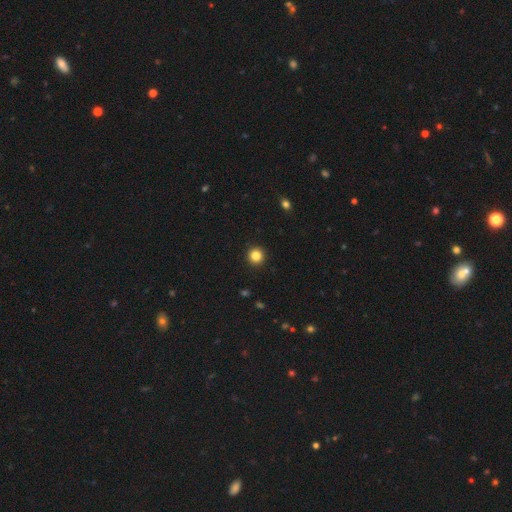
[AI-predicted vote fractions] Smooth or featured: smooth — 85% (star or artifact — 11%)
How rounded: round — 96% (in between — 3%)
Merging: none — 94% (minor disturbance — 4%)